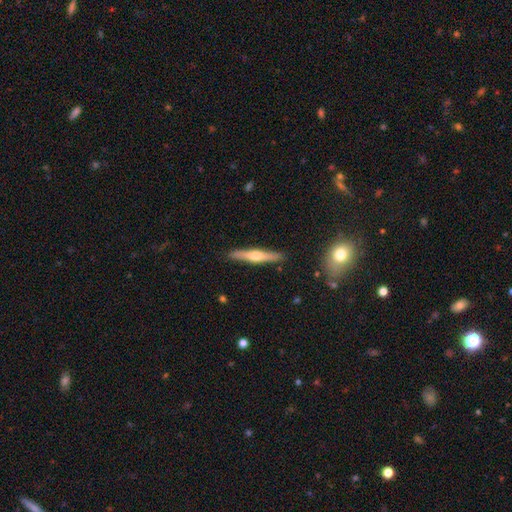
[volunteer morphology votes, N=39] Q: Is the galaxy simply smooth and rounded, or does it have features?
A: featured or disk — 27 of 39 (69%).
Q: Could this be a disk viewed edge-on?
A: yes — 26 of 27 (96%).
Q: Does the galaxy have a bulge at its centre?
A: rounded — 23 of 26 (88%).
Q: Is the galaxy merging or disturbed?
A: none — 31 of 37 (84%).